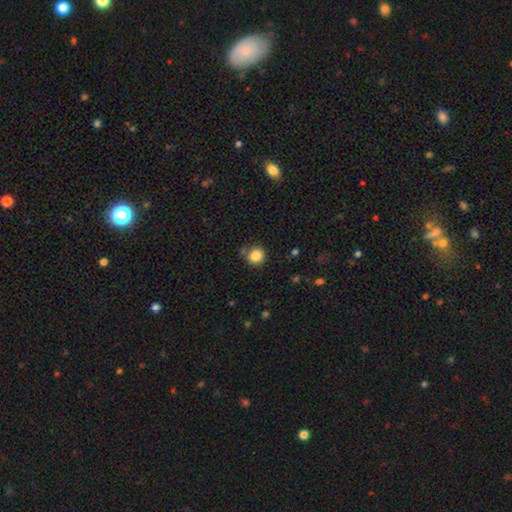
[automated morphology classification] A smooth galaxy with no disk features (85%) that is round (91%).

Vote fractions:
- Smooth or featured? smooth: 85% / star or artifact: 11% / featured or disk: 5%
- How rounded? round: 91% / in between: 8% / cigar-shaped: 1%
- Merging? none: 77% / minor disturbance: 12% / merger: 8% / major disturbance: 3%